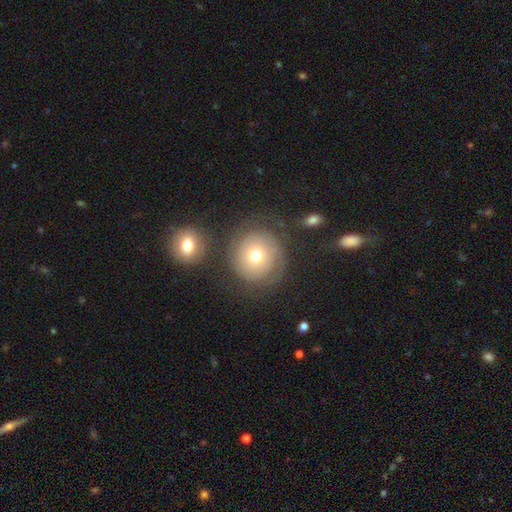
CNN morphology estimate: smooth 46%, featured or disk 45%, star or artifact 9%. Down the decision tree: merging — none (69%).